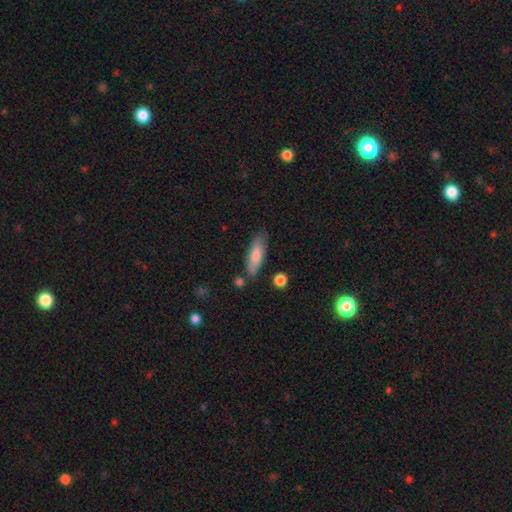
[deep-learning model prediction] This is likely a smooth galaxy (76%). How rounded: possibly cigar-shaped (52%). Merging: likely none (76%).